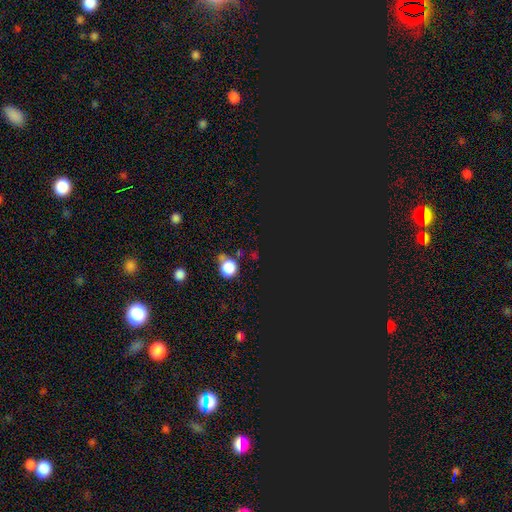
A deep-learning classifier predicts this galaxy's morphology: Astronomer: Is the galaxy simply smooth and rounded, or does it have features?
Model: star or artifact — 65%.